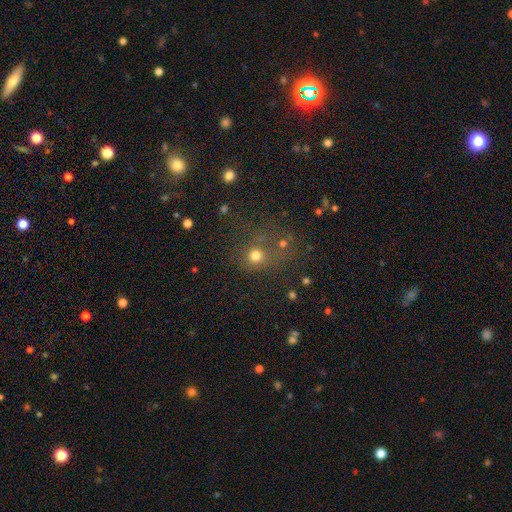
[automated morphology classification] Smooth or featured?
  - smooth: 70% *
  - star or artifact: 20%
  - featured or disk: 9%
How rounded?
  - round: 86% *
  - in between: 13%
  - cigar-shaped: 1%
Merging?
  - none: 59% *
  - merger: 17%
  - minor disturbance: 13%
  - major disturbance: 11%